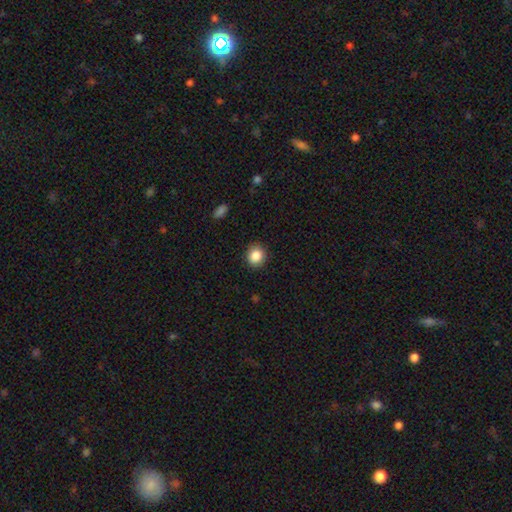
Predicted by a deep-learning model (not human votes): smooth-or-featured: smooth: 87% | star or artifact: 9% | featured or disk: 4%
  how-rounded: round: 79% | in between: 20% | cigar-shaped: 1%
  merging: none: 89% | minor disturbance: 7% | major disturbance: 2% | merger: 1%